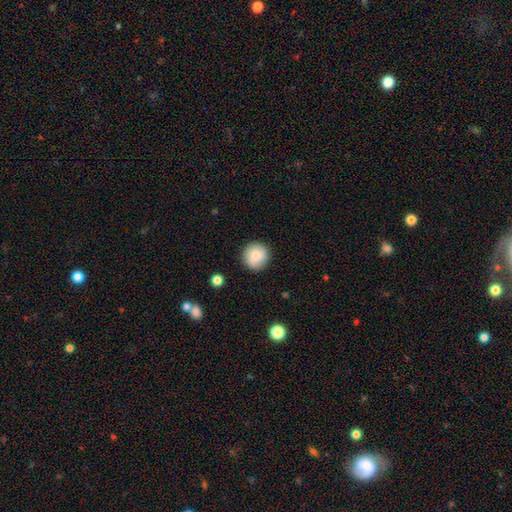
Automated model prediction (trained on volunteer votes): Morphology: type=smooth (82%); roundness=round (94%); merging=none (88%).